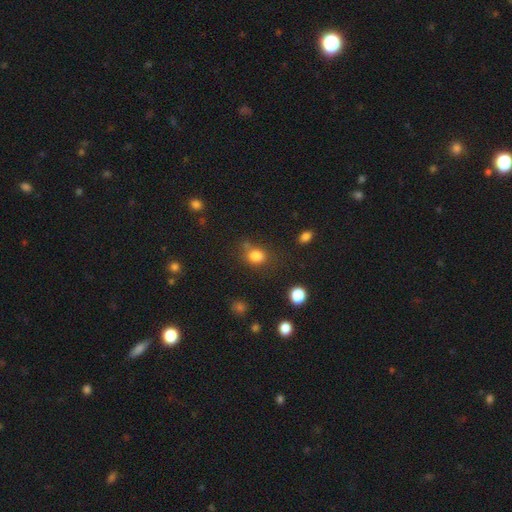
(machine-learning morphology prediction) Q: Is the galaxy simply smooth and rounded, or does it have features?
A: smooth — 81%.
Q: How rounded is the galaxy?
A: in between — 51%.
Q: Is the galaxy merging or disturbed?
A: none — 58%.